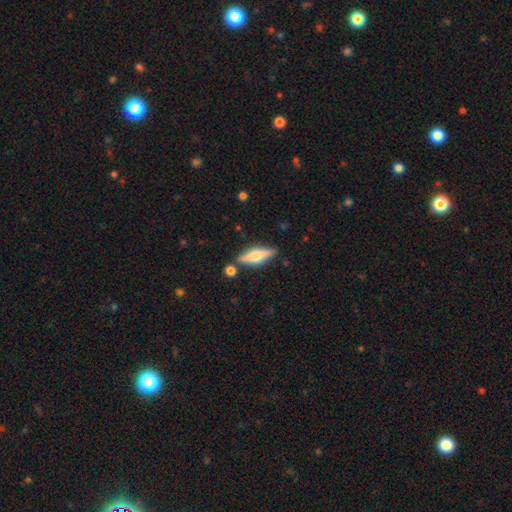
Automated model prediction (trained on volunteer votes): Morphology: type=featured or disk (58%); edge-on=yes (94%); edge-on bulge=rounded (86%); merging=none (81%).